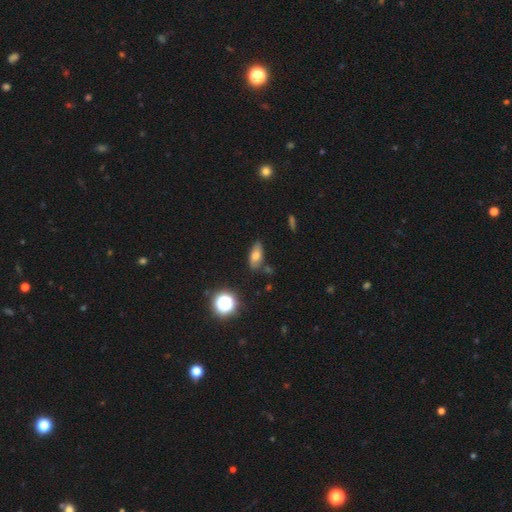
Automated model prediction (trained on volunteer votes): smooth_or_featured: smooth (p=0.69) [alt: featured or disk p=0.18]
how_rounded: in between (p=0.80) [alt: cigar-shaped p=0.13]
merging: none (p=0.69) [alt: minor disturbance p=0.21]